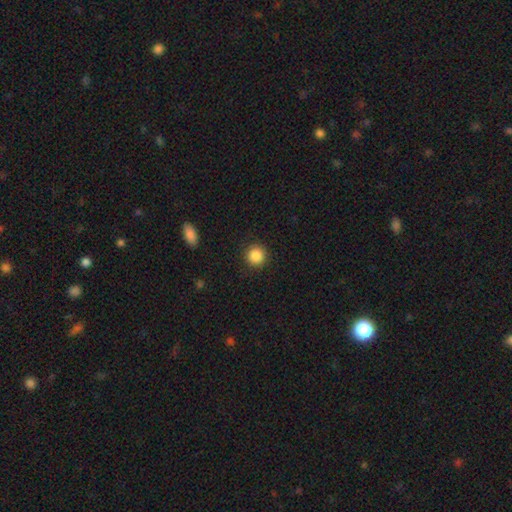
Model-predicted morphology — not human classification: Smooth or featured? smooth (87%)
How rounded? round (94%)
Merging? none (91%)